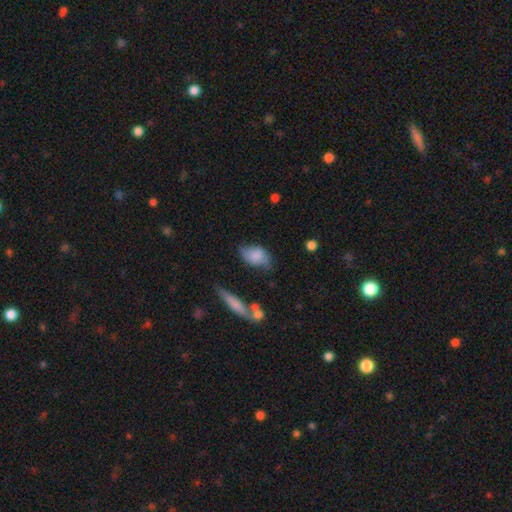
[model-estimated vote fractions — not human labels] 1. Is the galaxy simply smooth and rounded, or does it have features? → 74% smooth, 19% featured or disk, 7% star or artifact.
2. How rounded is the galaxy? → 84% in between, 13% round, 3% cigar-shaped.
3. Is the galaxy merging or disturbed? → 54% none, 33% minor disturbance, 9% major disturbance, 4% merger.